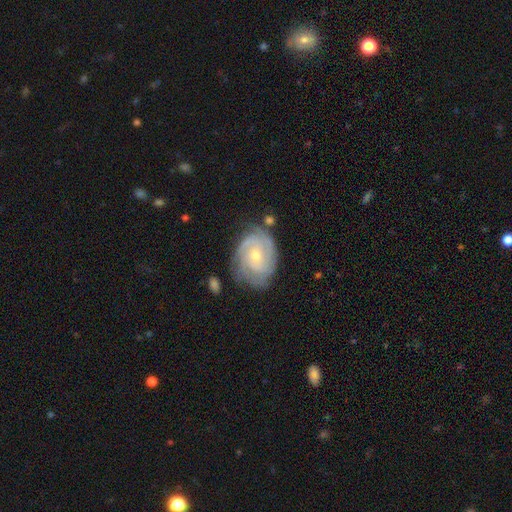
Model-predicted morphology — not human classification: featured or disk 84%, smooth 10%, star or artifact 6%. Down the decision tree: edge-on disk — no (97%); bar — no (68%); spiral arms — yes (95%); spiral arm count — 3 (31%); spiral winding — tight (70%); bulge size — small (52%); merging — none (70%).